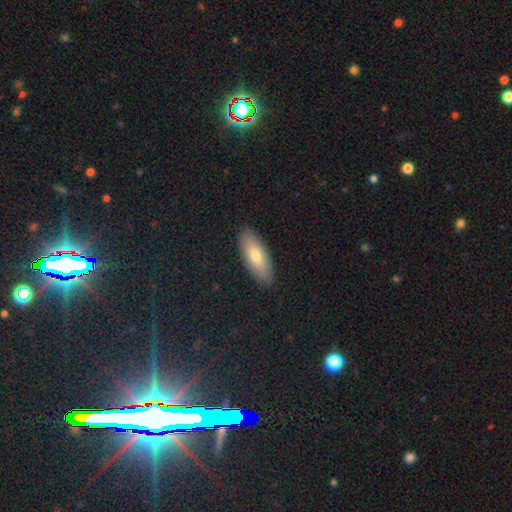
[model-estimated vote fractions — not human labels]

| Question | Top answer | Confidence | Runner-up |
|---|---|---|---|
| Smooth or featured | smooth | 75% | featured or disk (19%) |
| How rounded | in between | 75% | cigar-shaped (23%) |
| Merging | none | 89% | minor disturbance (8%) |